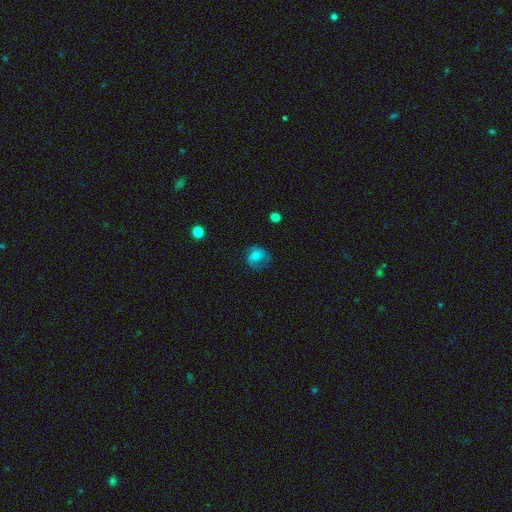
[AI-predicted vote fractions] A smooth galaxy with no disk features (67%) that is round (67%). Merging: none (53%).